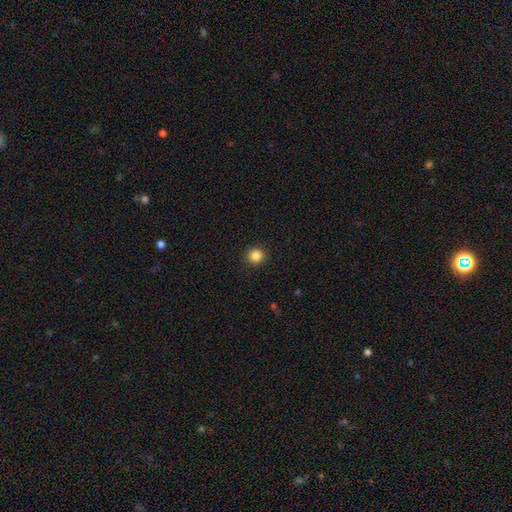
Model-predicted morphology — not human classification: A smooth galaxy with no disk features (85%) that is round (93%).

Vote fractions:
- Smooth or featured? smooth: 85% / star or artifact: 11% / featured or disk: 4%
- How rounded? round: 93% / in between: 6% / cigar-shaped: 1%
- Merging? none: 93% / minor disturbance: 5% / major disturbance: 2% / merger: 1%